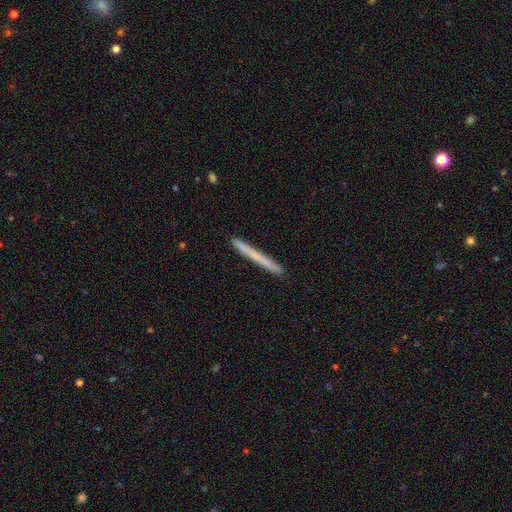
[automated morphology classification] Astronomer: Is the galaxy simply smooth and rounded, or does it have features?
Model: smooth — 63%.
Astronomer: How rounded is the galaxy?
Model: cigar-shaped — 97%.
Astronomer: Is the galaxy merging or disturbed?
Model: none — 92%.